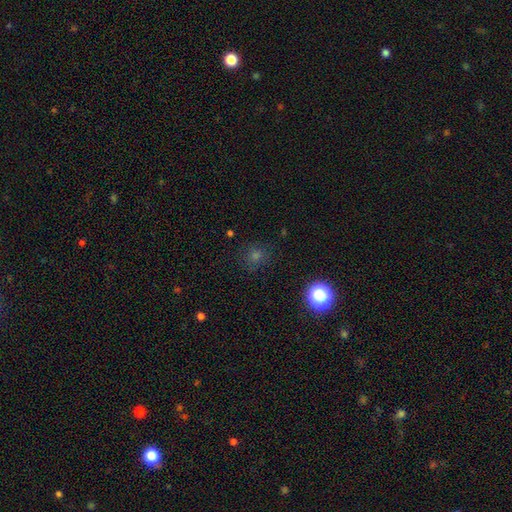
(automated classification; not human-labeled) This appears to be a smooth galaxy with no disk features (58%) that is round (90%). Merging: none (86%).